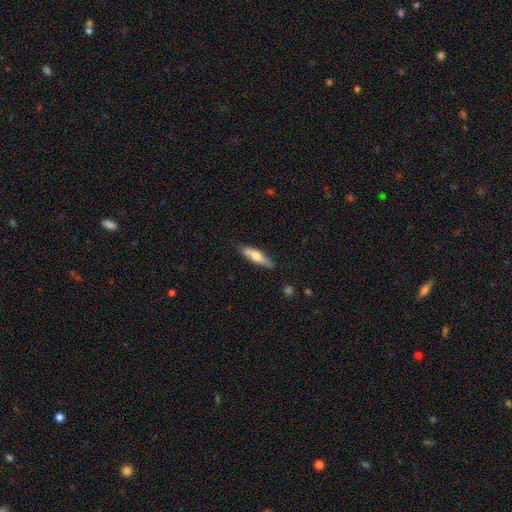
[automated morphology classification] Smooth or featured? smooth (60%)
How rounded? cigar-shaped (67%)
Merging? none (80%)